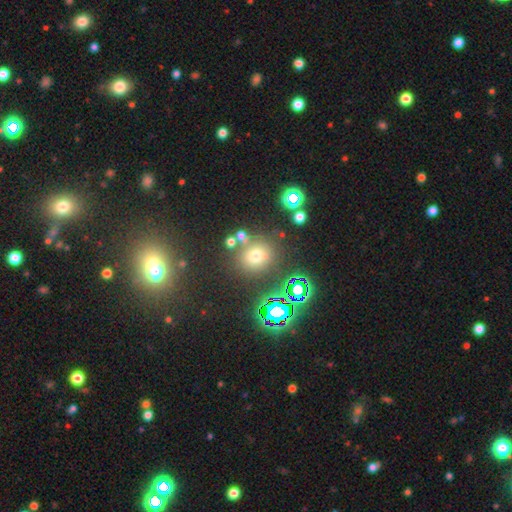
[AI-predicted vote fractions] Smooth or featured?
  - smooth: 59% *
  - star or artifact: 31%
  - featured or disk: 11%
How rounded?
  - round: 79% *
  - in between: 19%
  - cigar-shaped: 1%
Merging?
  - none: 73% *
  - merger: 11%
  - minor disturbance: 10%
  - major disturbance: 5%